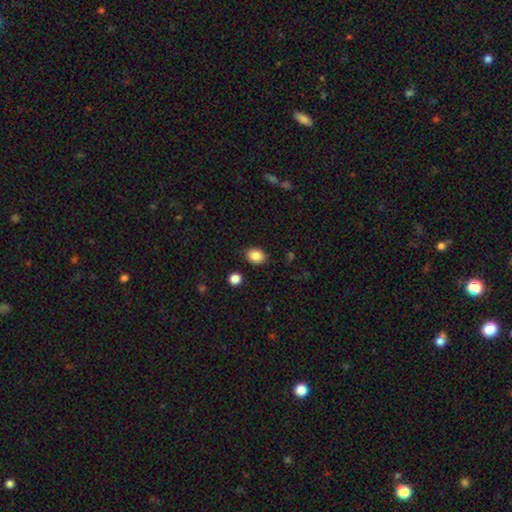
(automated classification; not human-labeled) Smooth or featured? Predicted: smooth (p=0.86). How rounded? Predicted: in between (p=0.54). Merging? Predicted: none (p=0.85).